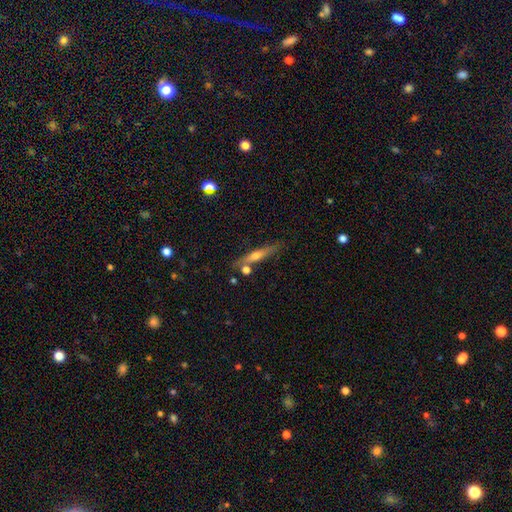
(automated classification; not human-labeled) This appears to be a featured or disk galaxy (59%) viewed edge-on (93%) with a rounded central bulge (83%). Merging: none (77%).